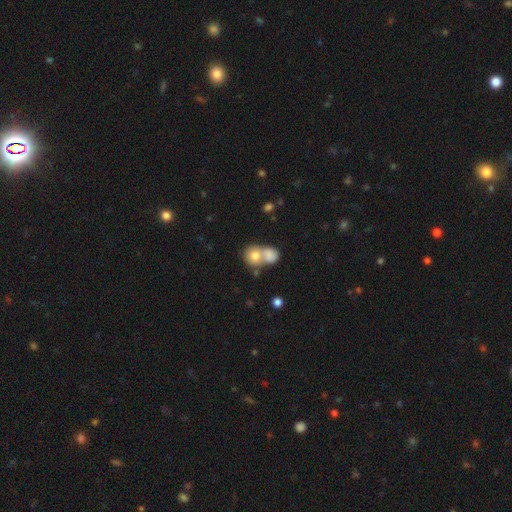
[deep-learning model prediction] smooth 78%, featured or disk 13%, star or artifact 8%. Down the decision tree: how rounded — round (69%); merging — merger (67%).